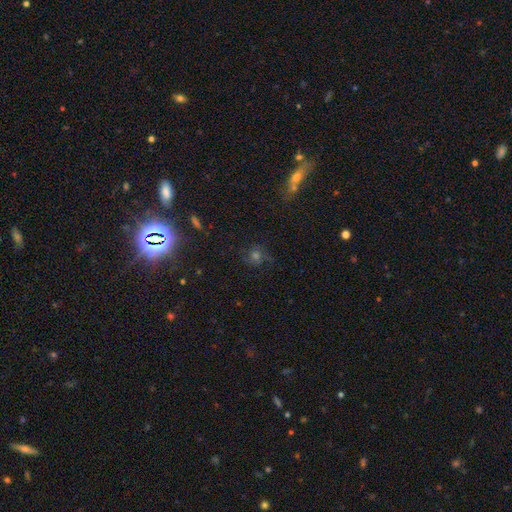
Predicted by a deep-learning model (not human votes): Smooth or featured?
  - star or artifact: 41% *
  - smooth: 33%
  - featured or disk: 26%